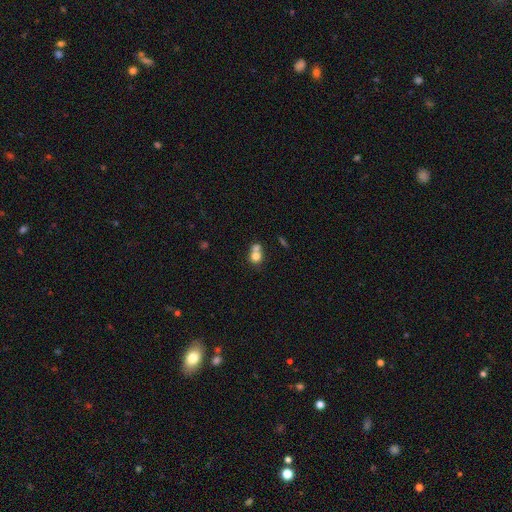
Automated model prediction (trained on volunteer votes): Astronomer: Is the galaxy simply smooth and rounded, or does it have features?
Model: smooth — 74%.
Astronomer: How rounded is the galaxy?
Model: round — 77%.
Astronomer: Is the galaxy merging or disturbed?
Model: merger — 56% (runner-up: none, 34%).